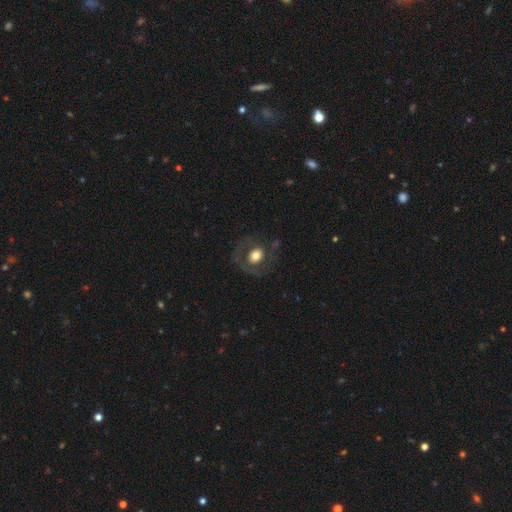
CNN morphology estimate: Overall: smooth (51%; featured or disk 40%). How rounded: round (68%; in between 31%). Merging: none (68%).